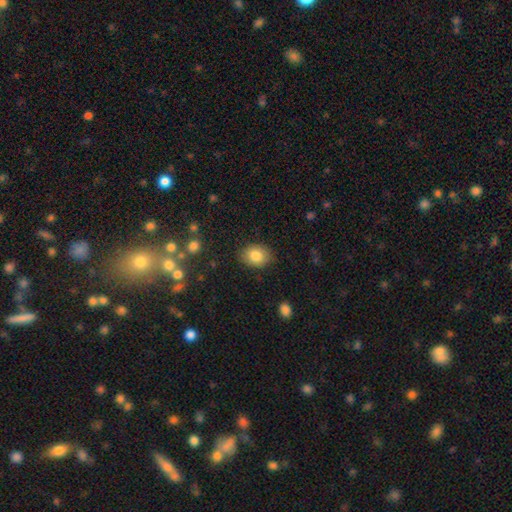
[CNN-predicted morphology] type=smooth (83%); roundness=in between (68%); merging=none (84%).